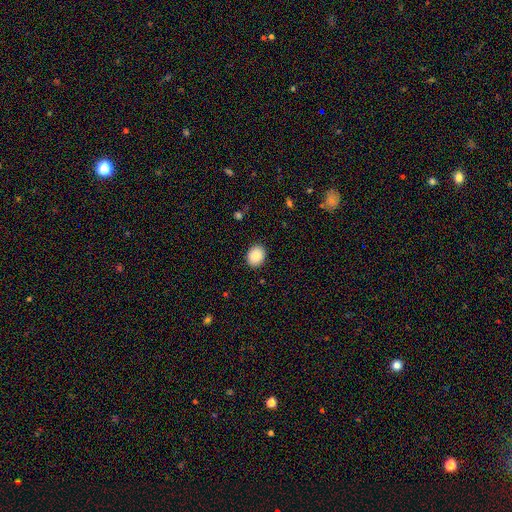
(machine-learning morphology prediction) Overall: smooth (89%). How rounded: round (54%; in between 45%). Merging: none (90%).